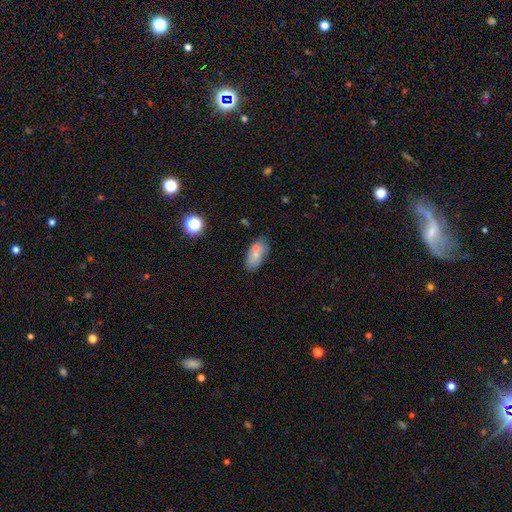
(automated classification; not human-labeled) smooth 70%, featured or disk 19%, star or artifact 10%. Down the decision tree: how rounded — in between (88%); merging — none (61%).